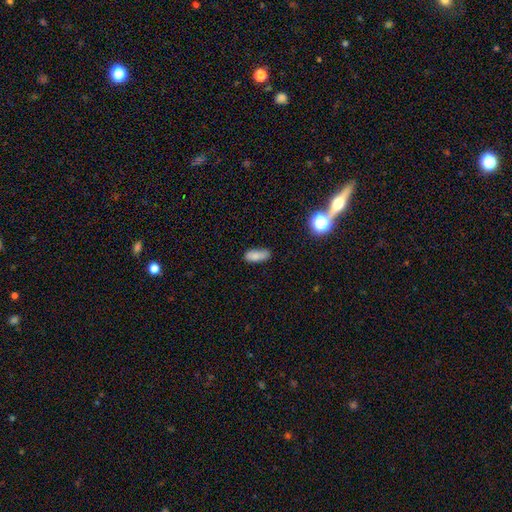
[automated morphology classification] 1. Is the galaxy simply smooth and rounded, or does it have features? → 83% smooth, 9% star or artifact, 8% featured or disk.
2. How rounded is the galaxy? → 80% in between, 18% cigar-shaped, 3% round.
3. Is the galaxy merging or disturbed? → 73% none, 20% minor disturbance, 4% major disturbance, 3% merger.